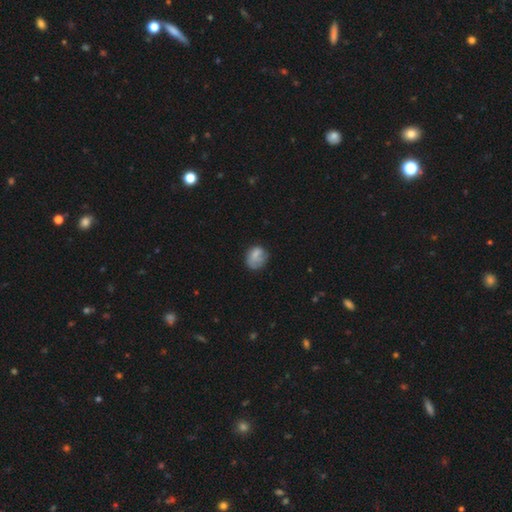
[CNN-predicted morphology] Q: Smooth or featured?
A: smooth (71%); runner-up: featured or disk (20%)
Q: How rounded?
A: round (57%); runner-up: in between (42%)
Q: Merging?
A: none (52%); runner-up: minor disturbance (29%)